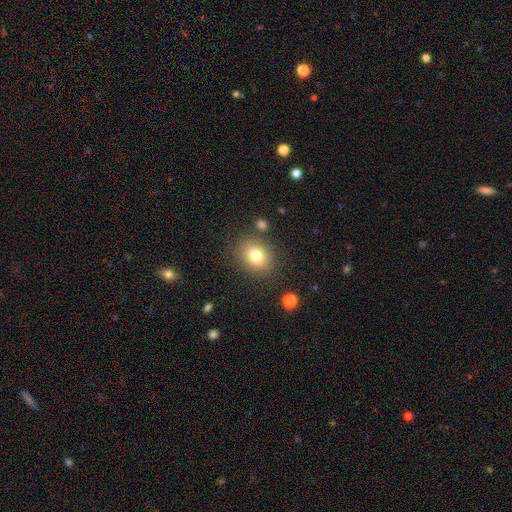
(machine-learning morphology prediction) The model was most divided on "how rounded": round: 56%, in between: 43%, cigar-shaped: 1%. More confident: merging — none (81%); smooth or featured — smooth (78%).